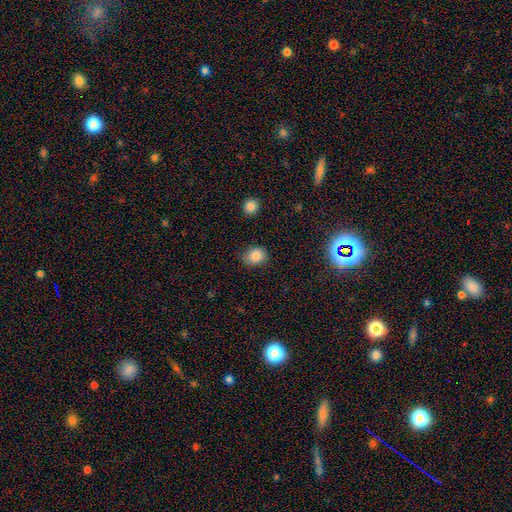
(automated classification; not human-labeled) This appears to be a smooth galaxy with no disk features (84%) that is round (58%). Merging: none (82%).